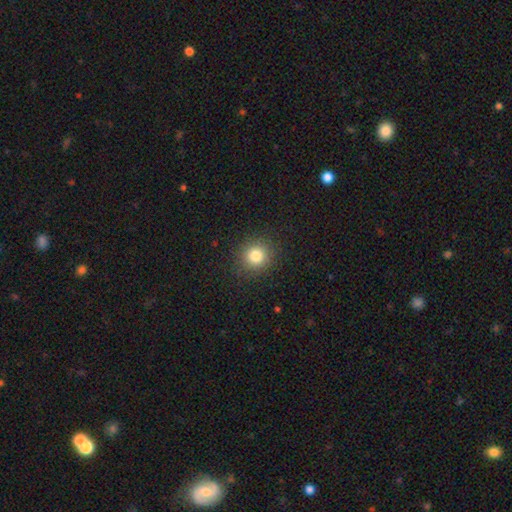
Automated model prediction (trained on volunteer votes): A smooth galaxy with no disk features (81%) that is round (89%). Merging: none (90%).